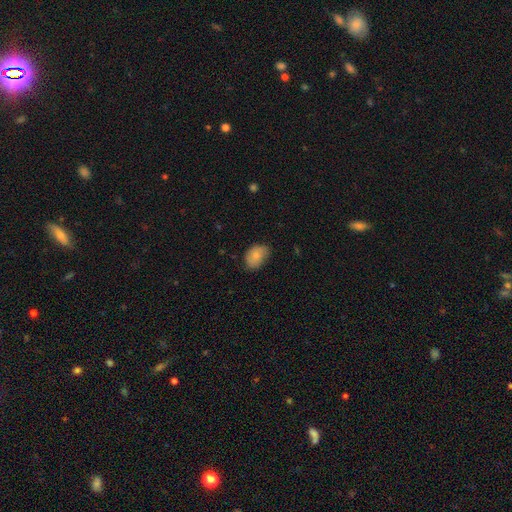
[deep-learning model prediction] This appears to be a smooth galaxy with no disk features (79%) that is in between round and cigar-shaped (77%). Merging: none (67%).